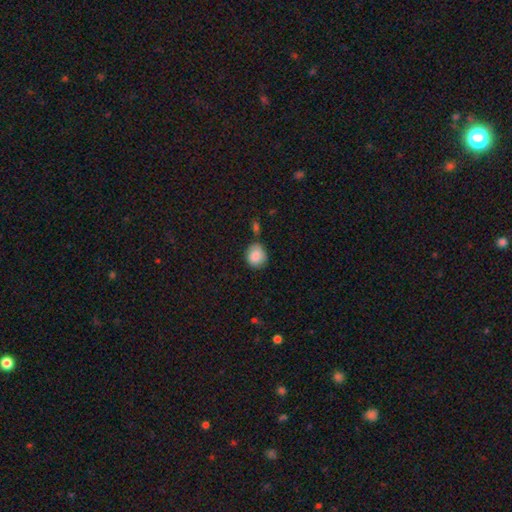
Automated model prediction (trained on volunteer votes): Overall: smooth (88%). How rounded: round (72%). Merging: none (63%).